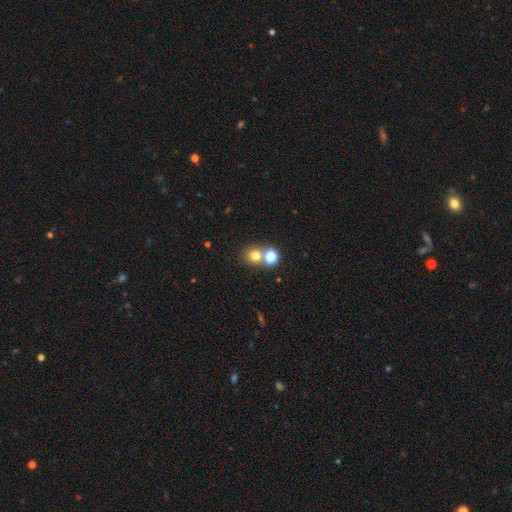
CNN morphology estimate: smooth-or-featured: smooth: 72% | star or artifact: 18% | featured or disk: 10%
  how-rounded: round: 84% | in between: 15% | cigar-shaped: 1%
  merging: none: 56% | merger: 34% | minor disturbance: 7% | major disturbance: 3%